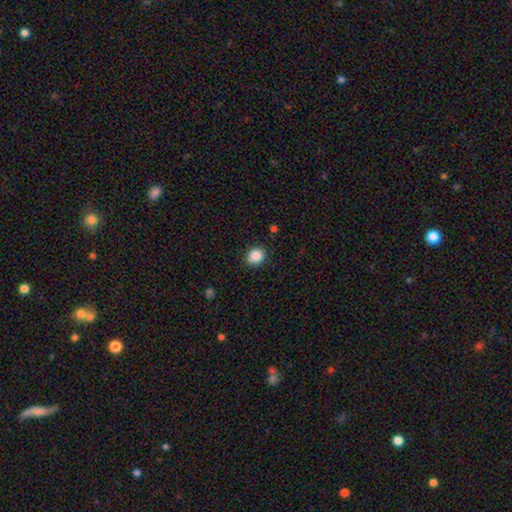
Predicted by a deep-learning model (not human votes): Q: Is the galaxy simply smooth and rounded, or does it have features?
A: smooth — 85%.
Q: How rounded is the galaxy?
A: round — 84%.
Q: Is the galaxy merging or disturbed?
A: none — 86%.